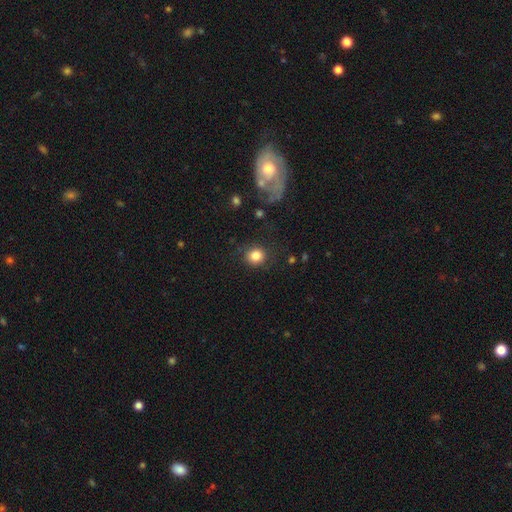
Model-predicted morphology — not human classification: smooth_or_featured: smooth (p=0.83) [alt: star or artifact p=0.10]
how_rounded: round (p=0.82) [alt: in between p=0.17]
merging: none (p=0.82) [alt: minor disturbance p=0.11]